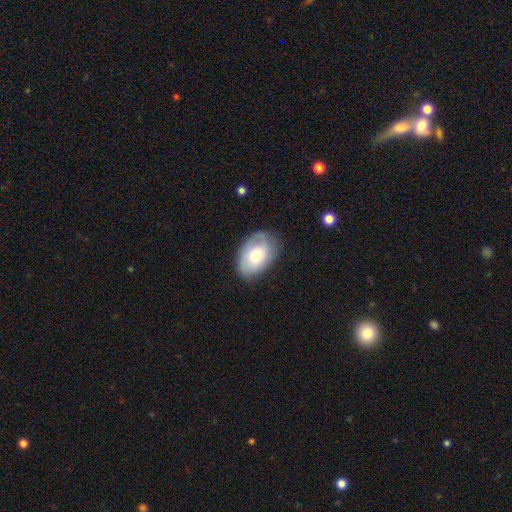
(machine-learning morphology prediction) Smooth or featured? Predicted: smooth (p=0.61). How rounded? Predicted: in between (p=0.88). Merging? Predicted: none (p=0.74).